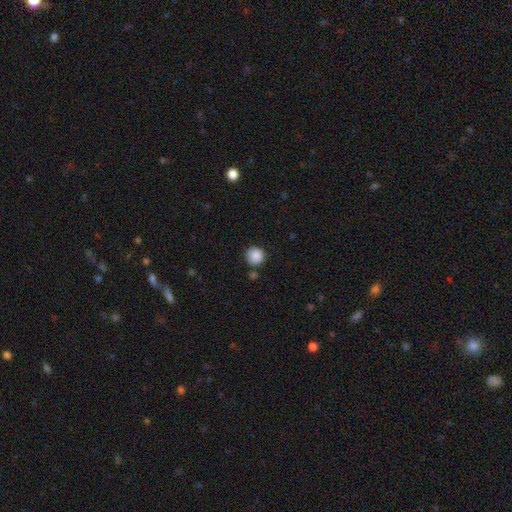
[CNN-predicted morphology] Smooth or featured?
  - smooth: 88% *
  - star or artifact: 8%
  - featured or disk: 3%
How rounded?
  - round: 93% *
  - in between: 6%
  - cigar-shaped: 1%
Merging?
  - none: 81% *
  - minor disturbance: 10%
  - merger: 6%
  - major disturbance: 3%